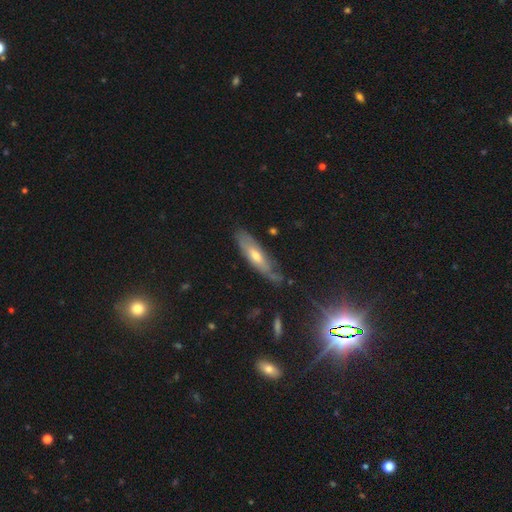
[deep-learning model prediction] Smooth or featured?
  - featured or disk: 48% *
  - smooth: 43%
  - star or artifact: 9%
Merging?
  - none: 69% *
  - minor disturbance: 23%
  - major disturbance: 6%
  - merger: 2%